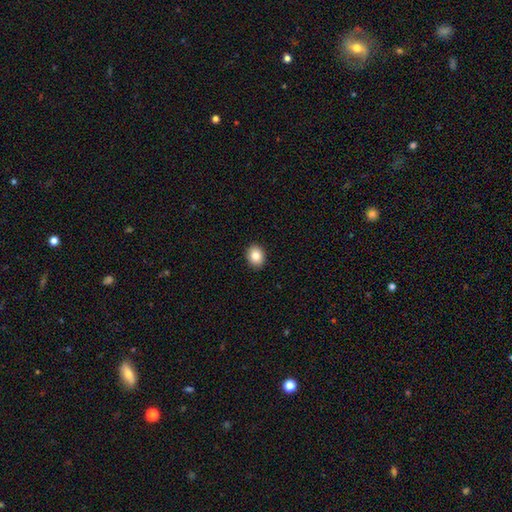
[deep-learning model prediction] smooth_or_featured: smooth (p=0.84) [alt: star or artifact p=0.09]
how_rounded: round (p=0.52) [alt: in between p=0.47]
merging: none (p=0.91) [alt: minor disturbance p=0.06]